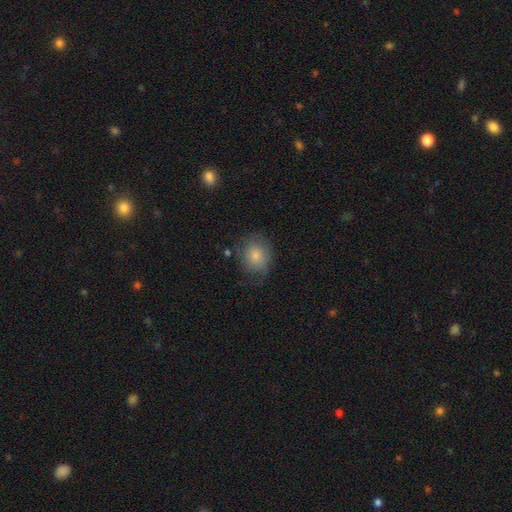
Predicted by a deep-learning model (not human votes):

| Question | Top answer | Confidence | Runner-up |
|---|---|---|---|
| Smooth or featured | smooth | 79% | featured or disk (13%) |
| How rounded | round | 66% | in between (33%) |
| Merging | none | 62% | minor disturbance (26%) |